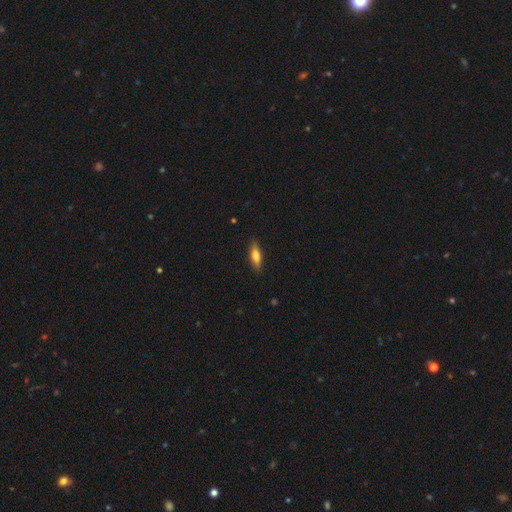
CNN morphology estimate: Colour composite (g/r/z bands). It shows a smooth galaxy with no disk features (68%) that is cigar-shaped (52%). Merging: none (87%).